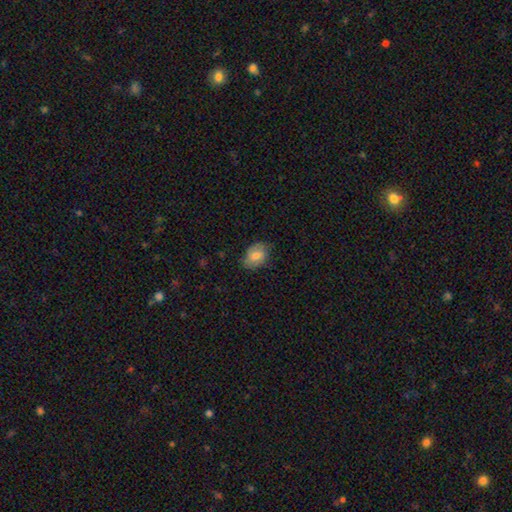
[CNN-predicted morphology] smooth-or-featured: smooth: 60% | featured or disk: 32% | star or artifact: 7%
  how-rounded: in between: 74% | round: 24% | cigar-shaped: 1%
  merging: none: 76% | minor disturbance: 19% | major disturbance: 4% | merger: 1%